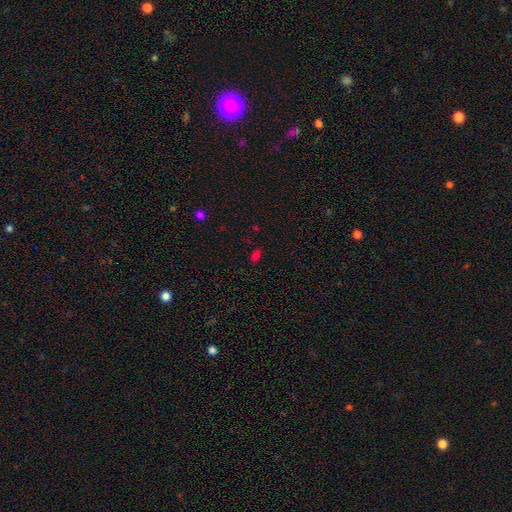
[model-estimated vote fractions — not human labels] Smooth or featured? smooth (70%)
How rounded? in between (84%)
Merging? none (82%)